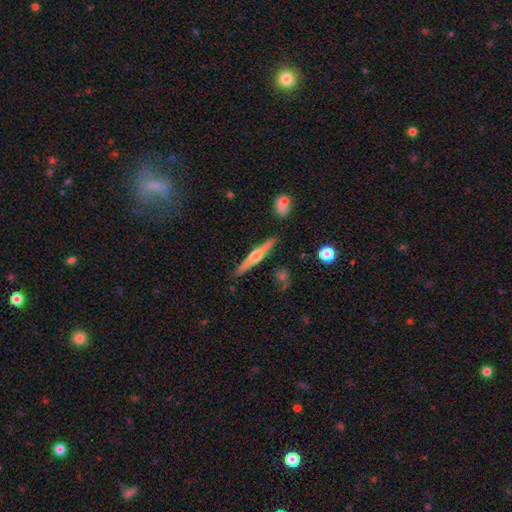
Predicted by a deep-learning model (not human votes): Smooth or featured? featured or disk (73%)
Edge-on disk? yes (98%)
Edge-on bulge? rounded (93%)
Merging? none (89%)